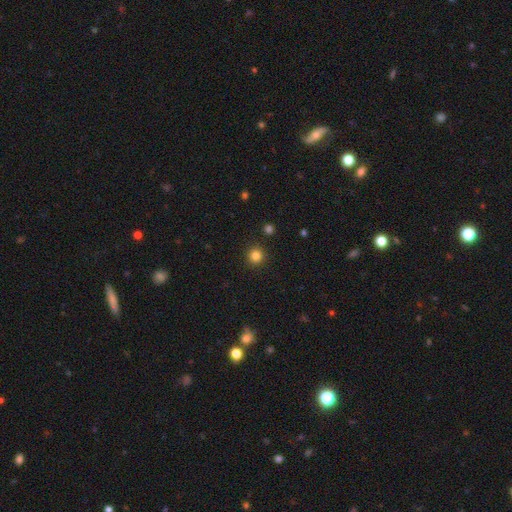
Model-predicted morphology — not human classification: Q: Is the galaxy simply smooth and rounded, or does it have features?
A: smooth — 83%.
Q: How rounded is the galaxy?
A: round — 95%.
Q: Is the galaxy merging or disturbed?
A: none — 92%.